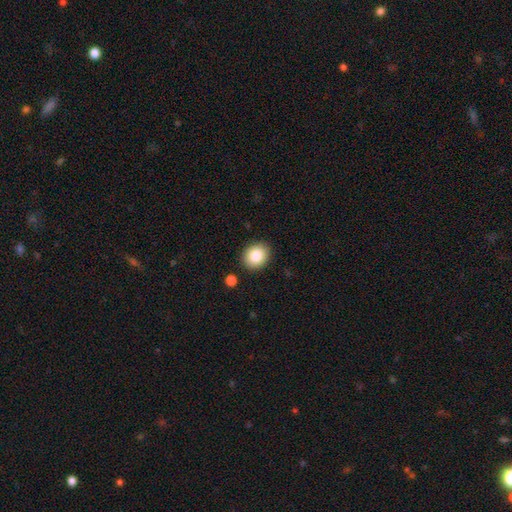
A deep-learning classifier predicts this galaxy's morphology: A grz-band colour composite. It shows a smooth galaxy with no disk features (84%) that is round (64%). Merging: none (89%).